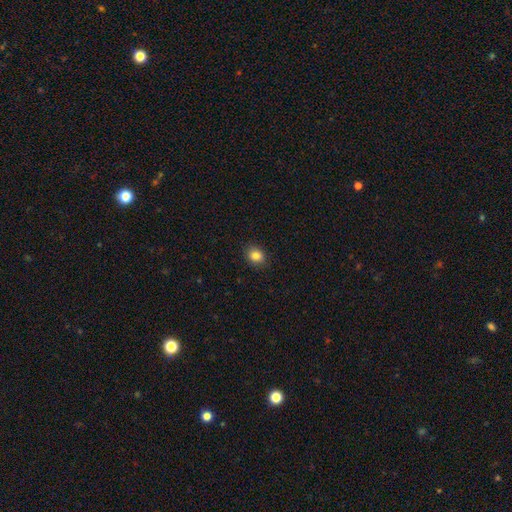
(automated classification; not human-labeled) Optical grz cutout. It shows a smooth galaxy with no disk features (85%) that is round (60%). Merging: none (89%).